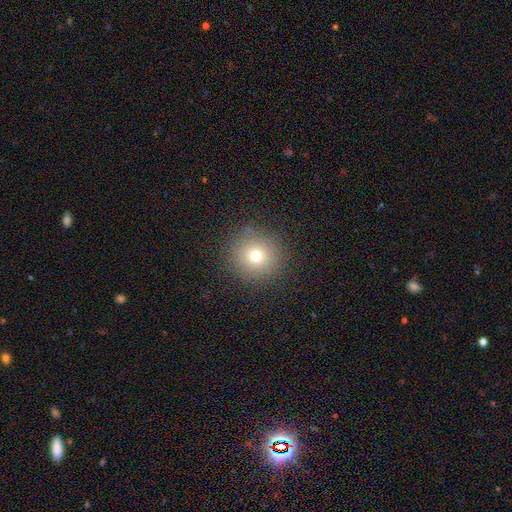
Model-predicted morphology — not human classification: Overall: smooth (72%). How rounded: round (95%). Merging: none (90%).